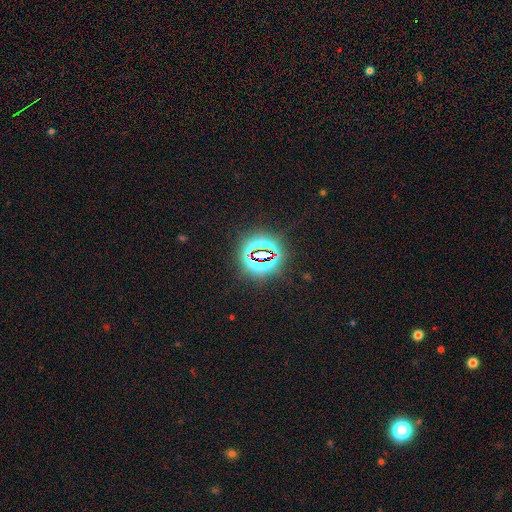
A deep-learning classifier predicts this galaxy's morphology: star or artifact 78%, smooth 14%, featured or disk 8%.